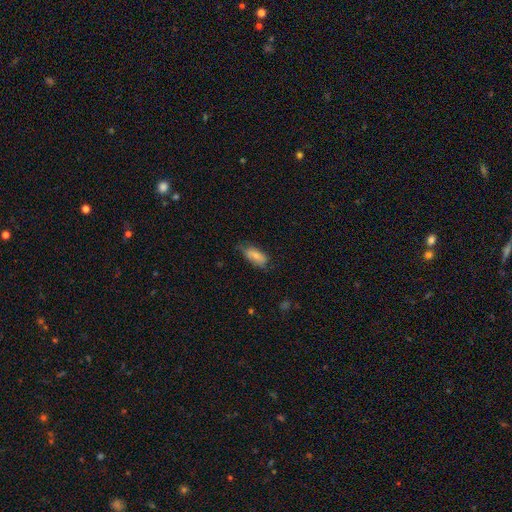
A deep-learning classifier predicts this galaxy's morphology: Overall: smooth (73%). How rounded: in between (85%). Merging: none (54%; minor disturbance 34%).